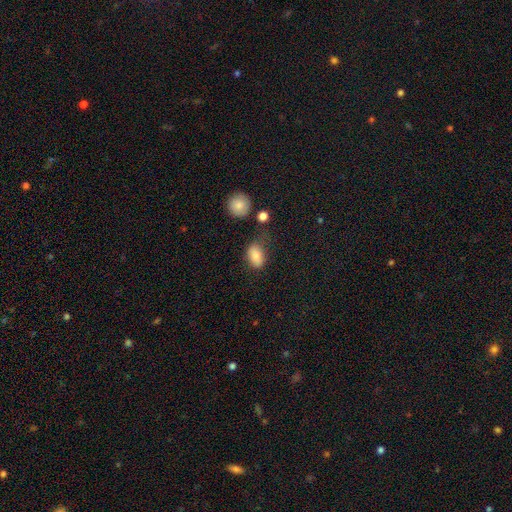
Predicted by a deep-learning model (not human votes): Smooth or featured?
  - smooth: 83% *
  - star or artifact: 9%
  - featured or disk: 8%
How rounded?
  - in between: 84% *
  - round: 14%
  - cigar-shaped: 2%
Merging?
  - none: 59% *
  - minor disturbance: 25%
  - major disturbance: 10%
  - merger: 6%